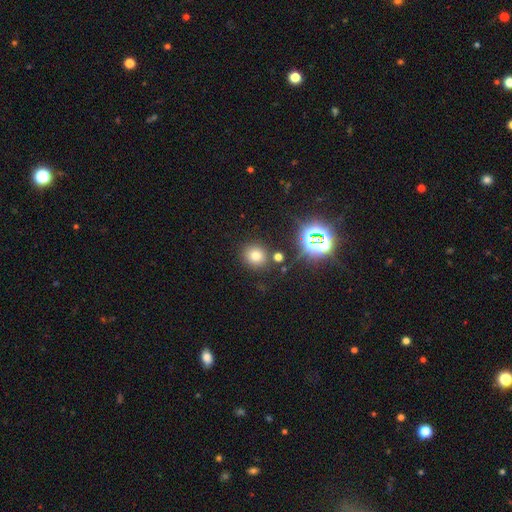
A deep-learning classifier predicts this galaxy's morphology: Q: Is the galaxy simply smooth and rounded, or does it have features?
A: smooth — 69%.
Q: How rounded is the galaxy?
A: round — 85%.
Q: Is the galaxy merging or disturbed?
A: none — 83%.